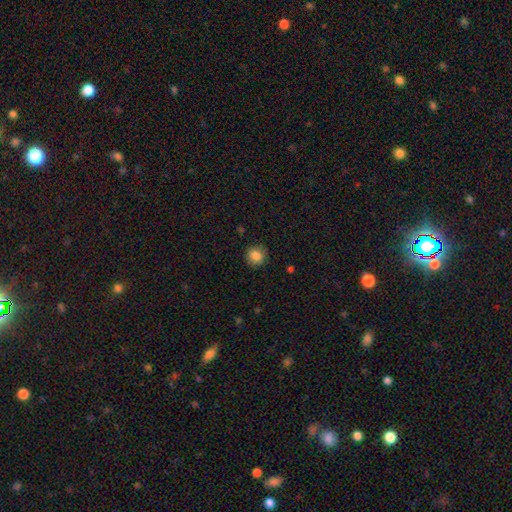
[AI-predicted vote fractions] smooth 85%, star or artifact 10%, featured or disk 5%. Down the decision tree: how rounded — round (86%); merging — none (88%).